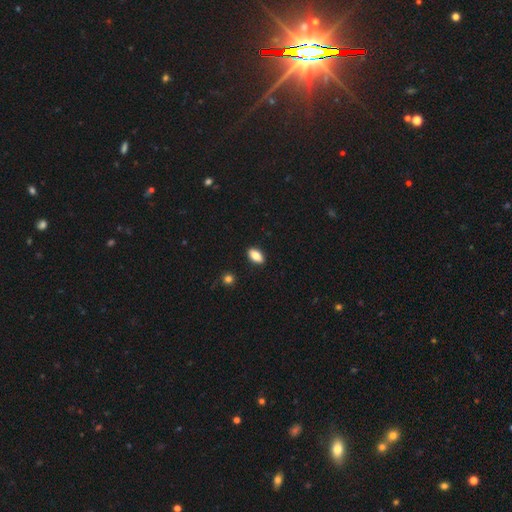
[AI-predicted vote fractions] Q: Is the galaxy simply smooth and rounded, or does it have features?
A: smooth — 82%.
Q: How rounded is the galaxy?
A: in between — 90%.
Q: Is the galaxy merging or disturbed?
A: none — 90%.